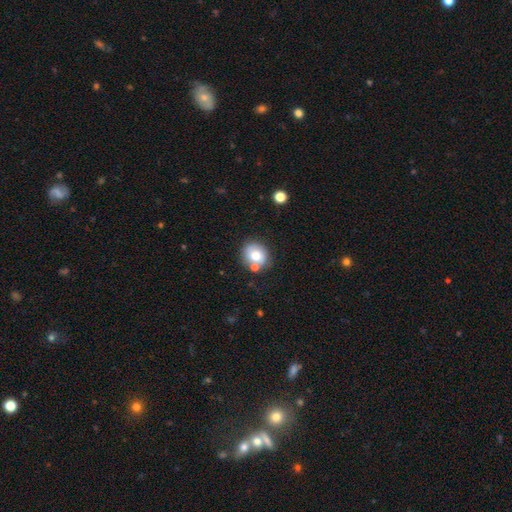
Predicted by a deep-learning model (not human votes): Q: Smooth or featured?
A: smooth (72%); runner-up: featured or disk (18%)
Q: How rounded?
A: round (70%); runner-up: in between (29%)
Q: Merging?
A: none (68%); runner-up: merger (15%)